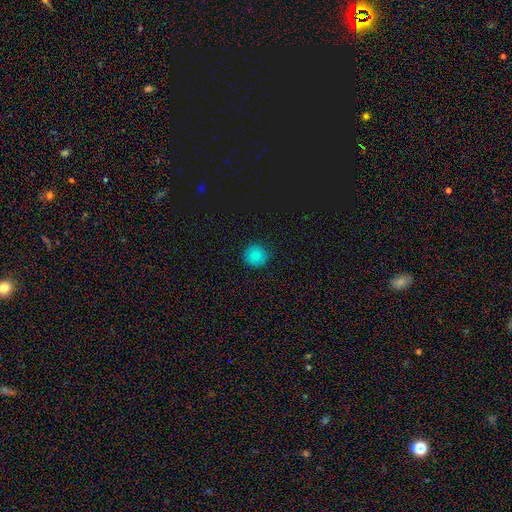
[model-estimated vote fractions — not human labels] Morphology: type=smooth (84%); roundness=round (93%); merging=none (88%).